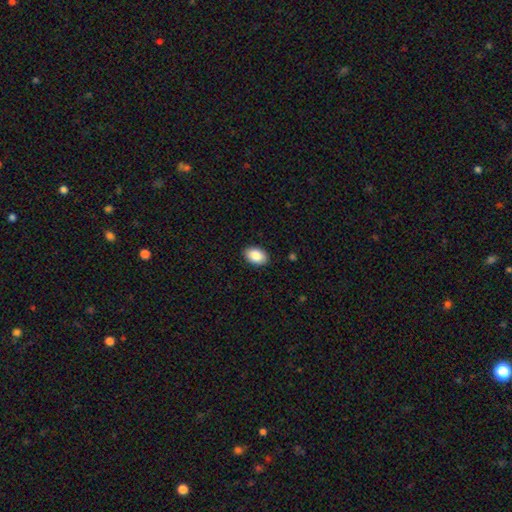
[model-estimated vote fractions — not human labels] The model was most divided on "smooth or featured": smooth: 88%, star or artifact: 7%, featured or disk: 5%. More confident: how rounded — in between (90%); merging — none (89%).